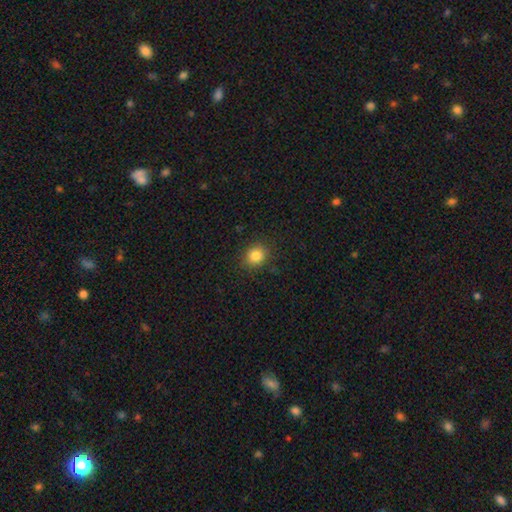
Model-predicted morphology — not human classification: smooth-or-featured: smooth: 83% | star or artifact: 12% | featured or disk: 6%
  how-rounded: round: 80% | in between: 20% | cigar-shaped: 1%
  merging: none: 88% | minor disturbance: 9% | major disturbance: 3% | merger: 1%